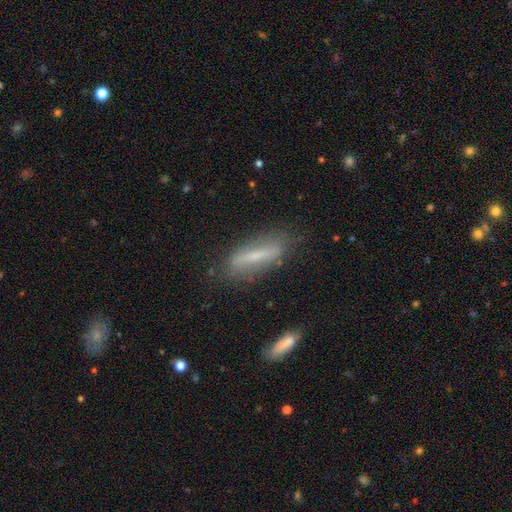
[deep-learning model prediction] Morphology: type=featured or disk (46%); merging=none (75%).